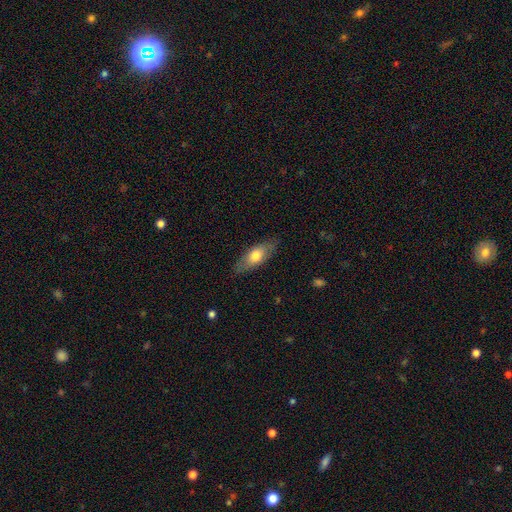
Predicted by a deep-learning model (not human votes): A smooth galaxy with no disk features (65%) that is in between round and cigar-shaped (71%). Merging: none (83%).